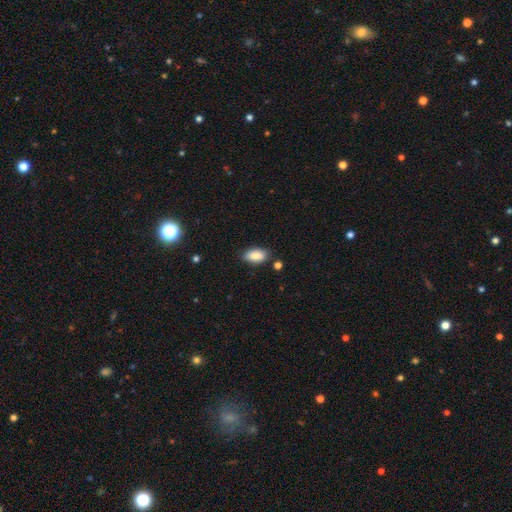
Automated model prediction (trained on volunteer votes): Q: Smooth or featured?
A: smooth (86%); runner-up: star or artifact (7%)
Q: How rounded?
A: in between (92%); runner-up: cigar-shaped (4%)
Q: Merging?
A: none (80%); runner-up: minor disturbance (14%)